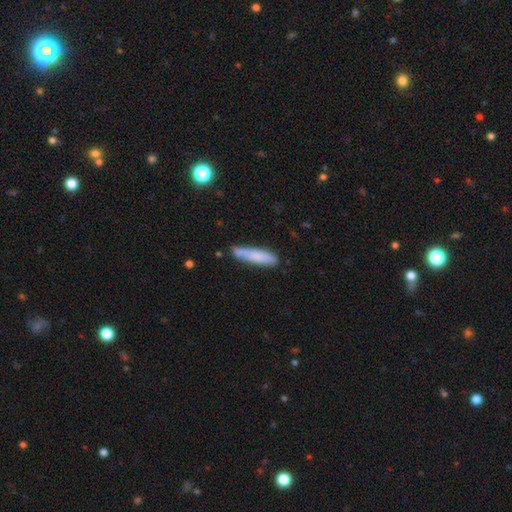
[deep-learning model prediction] A smooth galaxy with no disk features (76%) that is cigar-shaped (81%).

Vote fractions:
- Smooth or featured? smooth: 76% / featured or disk: 18% / star or artifact: 6%
- How rounded? cigar-shaped: 81% / in between: 17% / round: 1%
- Merging? none: 72% / minor disturbance: 20% / merger: 5% / major disturbance: 4%